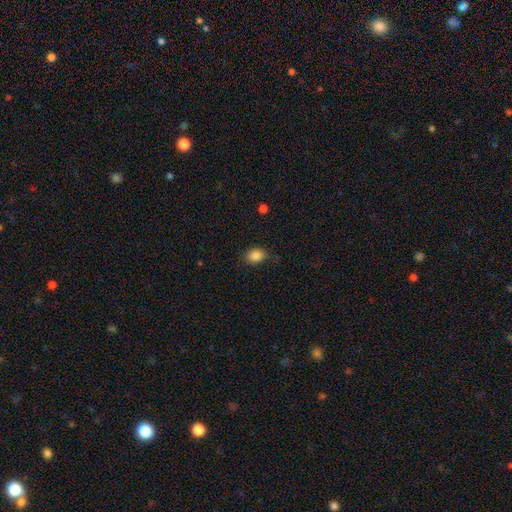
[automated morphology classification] Q: Smooth or featured?
A: smooth (85%); runner-up: star or artifact (10%)
Q: How rounded?
A: in between (63%); runner-up: round (36%)
Q: Merging?
A: none (77%); runner-up: minor disturbance (18%)